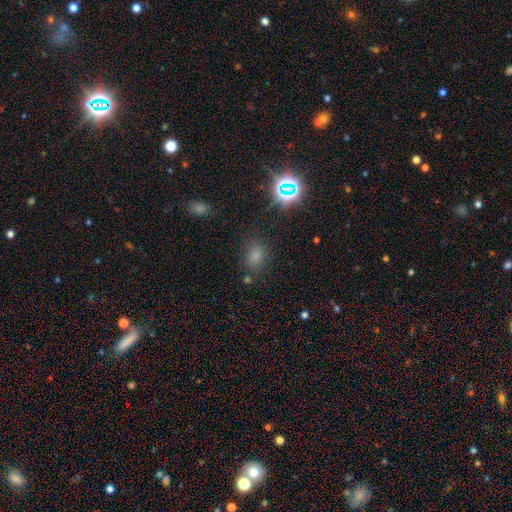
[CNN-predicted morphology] A smooth galaxy with no disk features (66%) that is in between round and cigar-shaped (68%). Merging: none (76%).